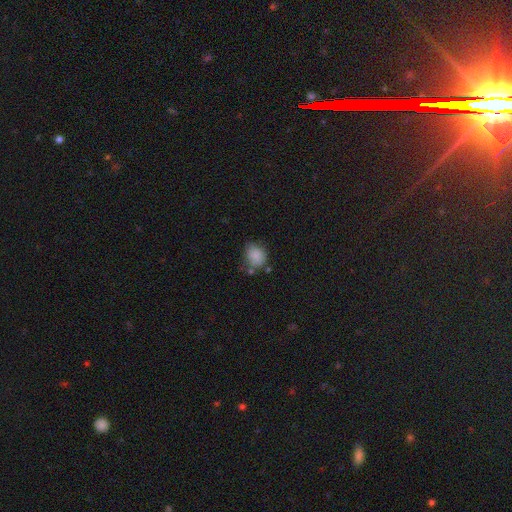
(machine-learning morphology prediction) Q: Smooth or featured?
A: smooth (84%); runner-up: star or artifact (10%)
Q: How rounded?
A: round (54%); runner-up: in between (45%)
Q: Merging?
A: none (57%); runner-up: minor disturbance (27%)